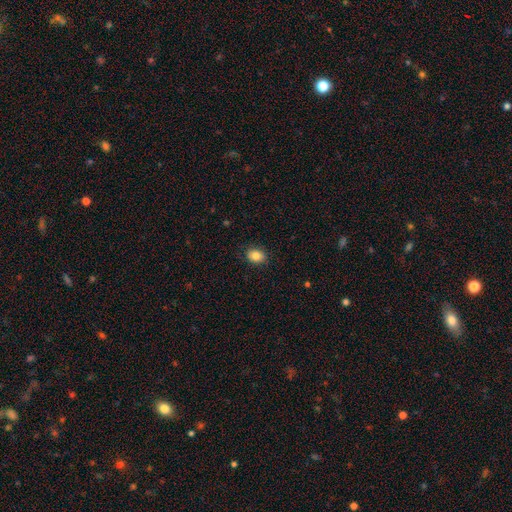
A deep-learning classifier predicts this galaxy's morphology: Smooth or featured?
  - smooth: 84% *
  - star or artifact: 9%
  - featured or disk: 7%
How rounded?
  - in between: 61% *
  - round: 38%
  - cigar-shaped: 1%
Merging?
  - none: 87% *
  - minor disturbance: 10%
  - major disturbance: 2%
  - merger: 1%